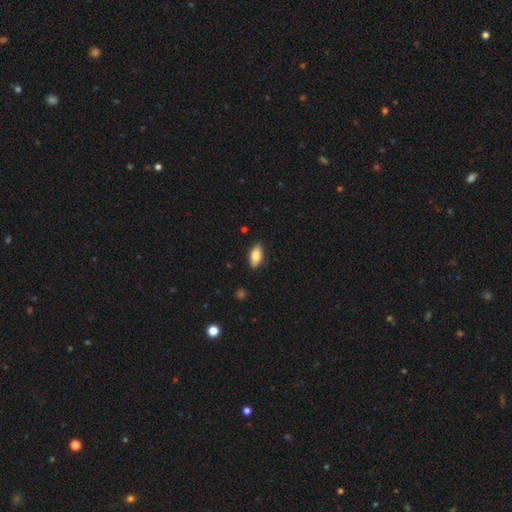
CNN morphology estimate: A smooth galaxy with no disk features (81%) that is in between round and cigar-shaped (88%).

Vote fractions:
- Smooth or featured? smooth: 81% / featured or disk: 12% / star or artifact: 7%
- How rounded? in between: 88% / cigar-shaped: 10% / round: 3%
- Merging? none: 86% / minor disturbance: 11% / major disturbance: 2% / merger: 1%